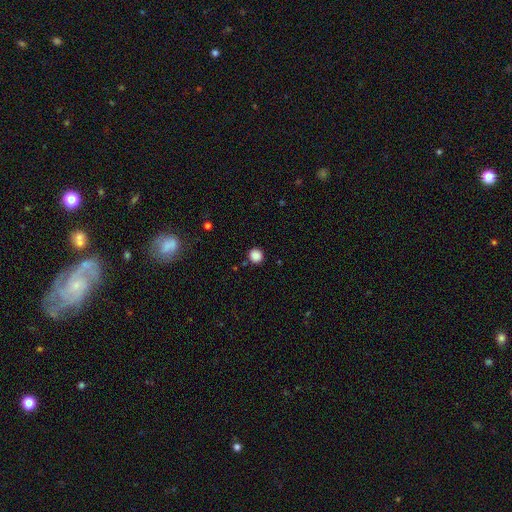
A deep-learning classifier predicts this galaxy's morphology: smooth 86%, star or artifact 11%, featured or disk 3%. Down the decision tree: how rounded — round (91%); merging — none (89%).